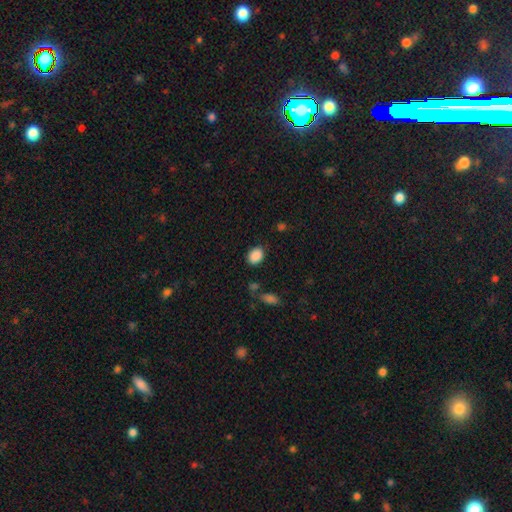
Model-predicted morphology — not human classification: type=smooth (88%); roundness=in between (62%); merging=none (83%).